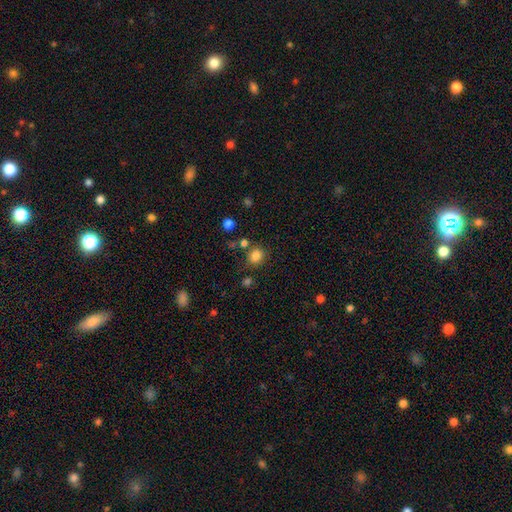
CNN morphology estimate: This appears to be a smooth galaxy with no disk features (82%) that is round (79%). Merging: none (76%).